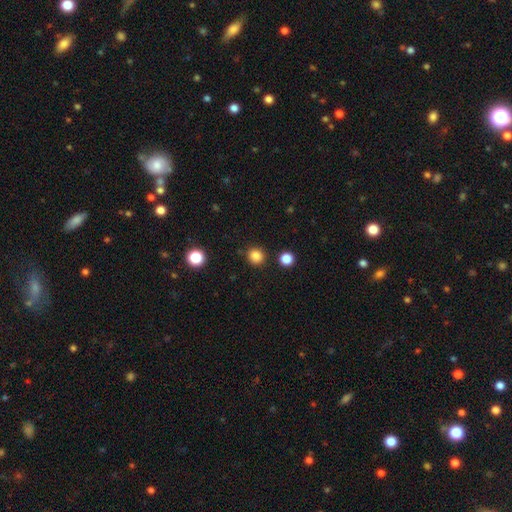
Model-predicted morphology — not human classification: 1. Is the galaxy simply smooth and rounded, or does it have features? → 84% smooth, 12% star or artifact, 3% featured or disk.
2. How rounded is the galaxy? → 93% round, 6% in between, 1% cigar-shaped.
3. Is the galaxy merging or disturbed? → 89% none, 6% minor disturbance, 3% merger, 2% major disturbance.